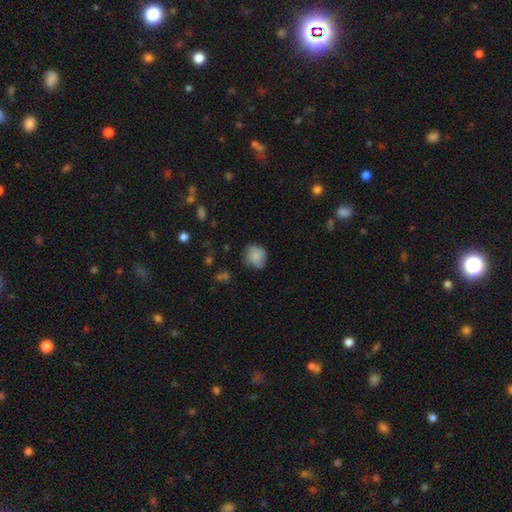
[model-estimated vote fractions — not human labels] Q: Smooth or featured?
A: smooth (72%); runner-up: featured or disk (20%)
Q: How rounded?
A: round (75%); runner-up: in between (24%)
Q: Merging?
A: none (65%); runner-up: minor disturbance (25%)